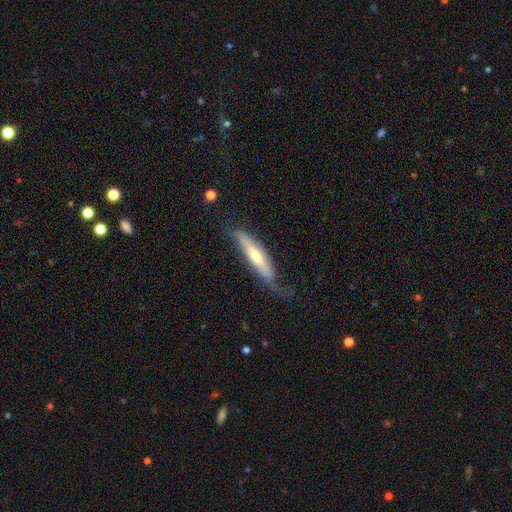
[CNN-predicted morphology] This appears to be a featured or disk galaxy (54%) viewed edge-on (62%). Merging: none (53%).